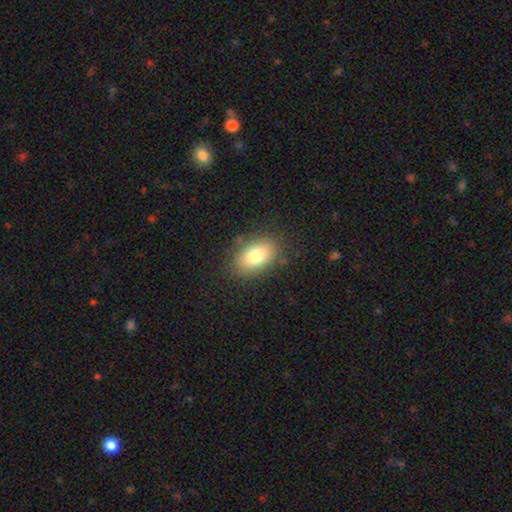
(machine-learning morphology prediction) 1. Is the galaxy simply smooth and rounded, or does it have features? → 79% smooth, 12% featured or disk, 9% star or artifact.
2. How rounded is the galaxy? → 88% in between, 10% round, 2% cigar-shaped.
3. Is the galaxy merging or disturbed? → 83% none, 12% minor disturbance, 4% major disturbance, 1% merger.